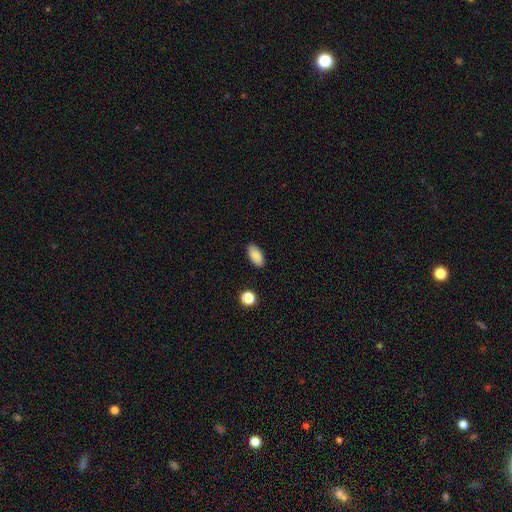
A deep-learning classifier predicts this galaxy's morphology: A smooth galaxy with no disk features (88%) that is in between round and cigar-shaped (92%). Merging: none (86%).